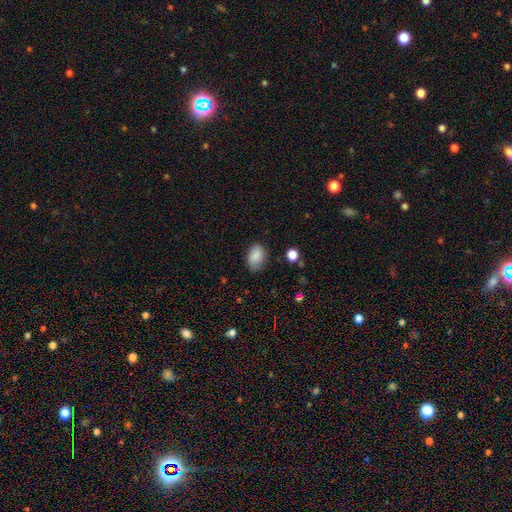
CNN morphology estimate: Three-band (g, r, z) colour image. It shows a smooth galaxy with no disk features (86%) that is in between round and cigar-shaped (83%). Merging: none (71%).